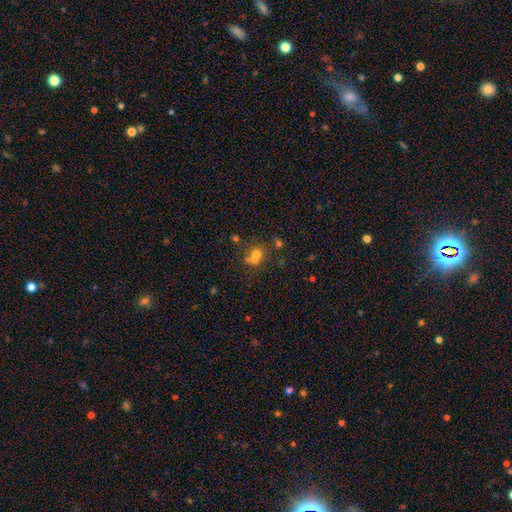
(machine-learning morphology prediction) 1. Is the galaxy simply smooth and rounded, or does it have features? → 60% smooth, 21% star or artifact, 20% featured or disk.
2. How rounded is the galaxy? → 78% round, 21% in between, 1% cigar-shaped.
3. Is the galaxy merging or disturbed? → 47% merger, 41% none, 8% minor disturbance, 4% major disturbance.